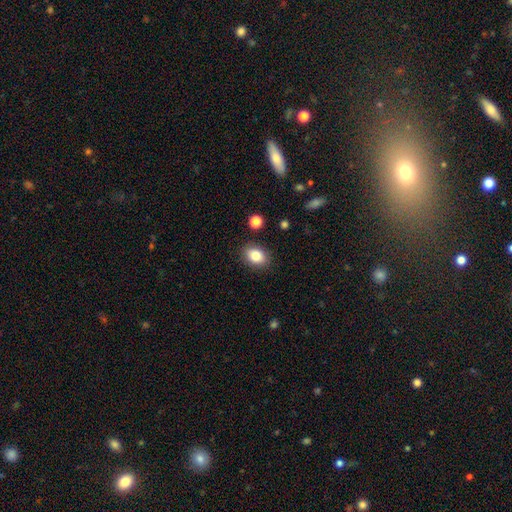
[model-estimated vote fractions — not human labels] This appears to be a smooth galaxy with no disk features (83%) that is in between round and cigar-shaped (67%). Merging: none (87%).